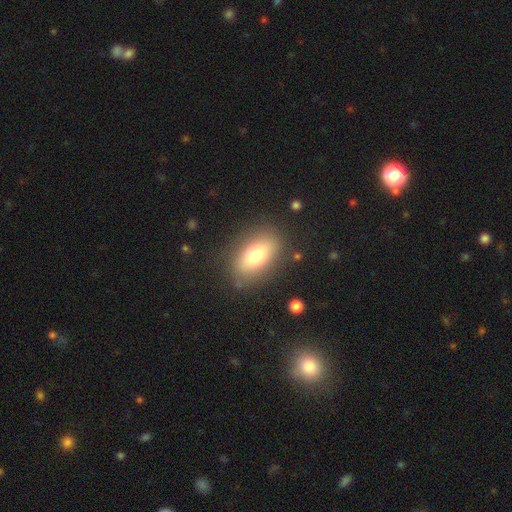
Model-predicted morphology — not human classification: This is likely a smooth galaxy (73%). How rounded: clearly in between (86%). Merging: clearly none (81%).